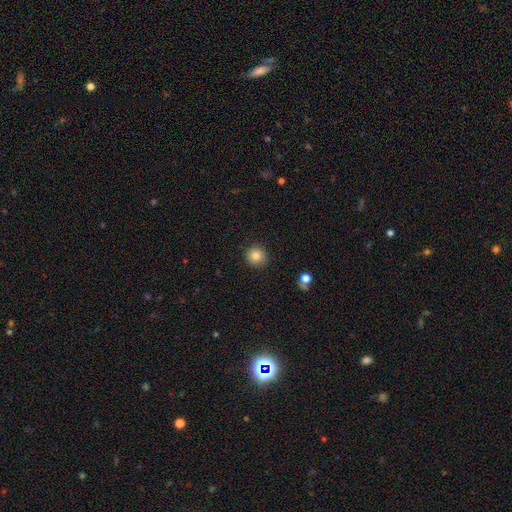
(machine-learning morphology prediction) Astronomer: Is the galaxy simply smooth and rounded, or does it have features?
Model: smooth — 85%.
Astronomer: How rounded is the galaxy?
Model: round — 92%.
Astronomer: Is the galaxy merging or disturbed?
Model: none — 90%.